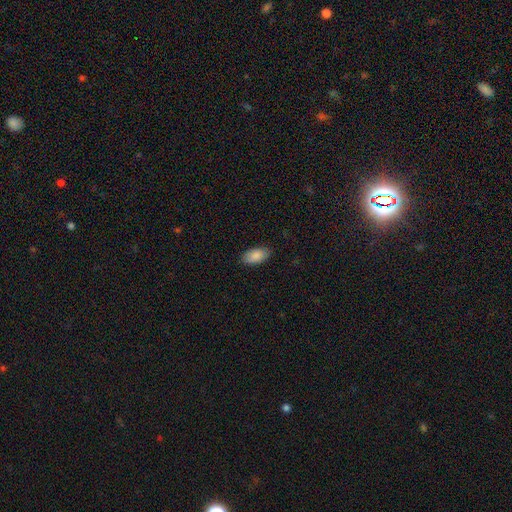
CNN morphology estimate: type=smooth (88%); roundness=in between (94%); merging=none (87%).